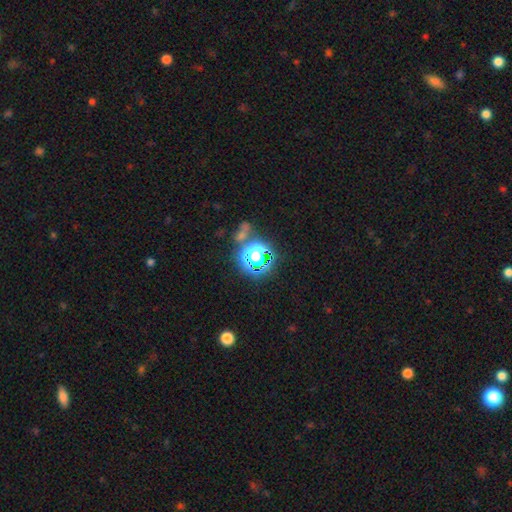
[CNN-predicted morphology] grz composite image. It shows a star or artifact, not a galaxy (76%).